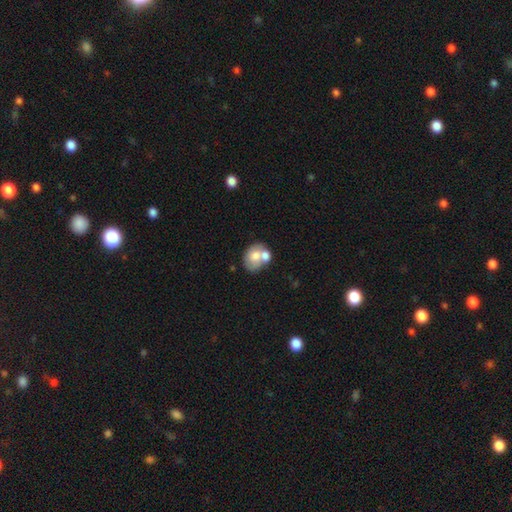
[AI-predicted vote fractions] Overall: smooth (65%; featured or disk 27%). How rounded: in between (56%; round 43%). Merging: merger (48%; none 34%).